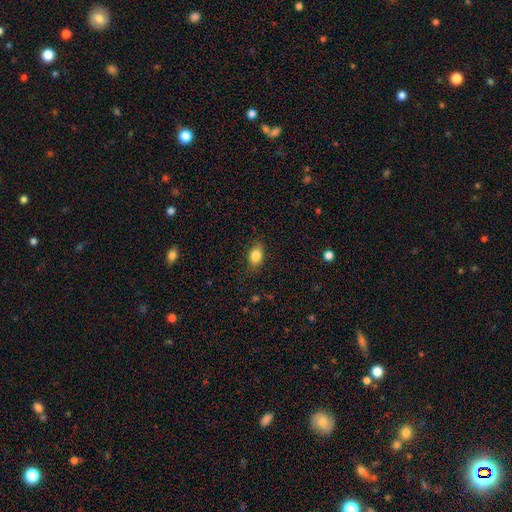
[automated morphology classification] type=smooth (84%); roundness=in between (82%); merging=none (82%).